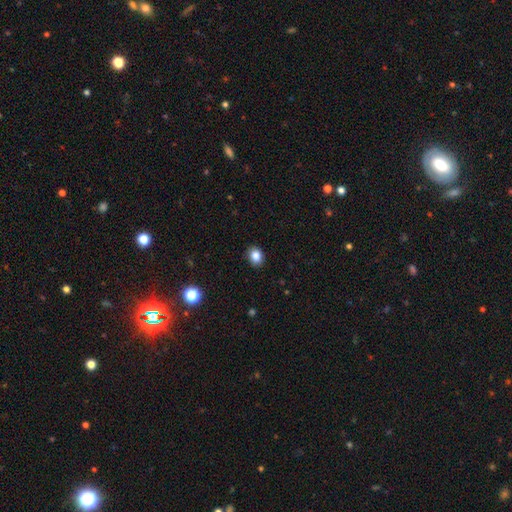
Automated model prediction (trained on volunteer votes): Smooth or featured?
  - smooth: 85% *
  - star or artifact: 10%
  - featured or disk: 5%
How rounded?
  - in between: 52% *
  - round: 47%
  - cigar-shaped: 1%
Merging?
  - none: 88% *
  - minor disturbance: 9%
  - major disturbance: 2%
  - merger: 1%